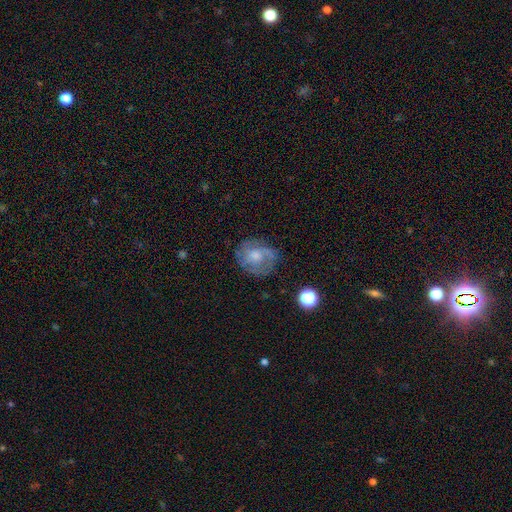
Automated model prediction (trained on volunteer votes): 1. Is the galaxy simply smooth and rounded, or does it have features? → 51% featured or disk, 40% smooth, 9% star or artifact.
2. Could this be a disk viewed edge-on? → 97% no, 3% yes.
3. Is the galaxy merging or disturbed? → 63% none, 22% minor disturbance, 13% major disturbance, 2% merger.